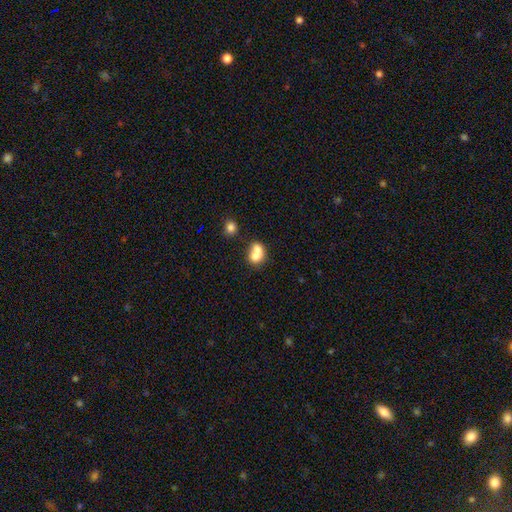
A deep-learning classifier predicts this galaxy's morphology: Smooth or featured?
  - smooth: 72% *
  - featured or disk: 18%
  - star or artifact: 10%
How rounded?
  - round: 55% *
  - in between: 44%
  - cigar-shaped: 1%
Merging?
  - merger: 67% *
  - none: 22%
  - minor disturbance: 7%
  - major disturbance: 4%